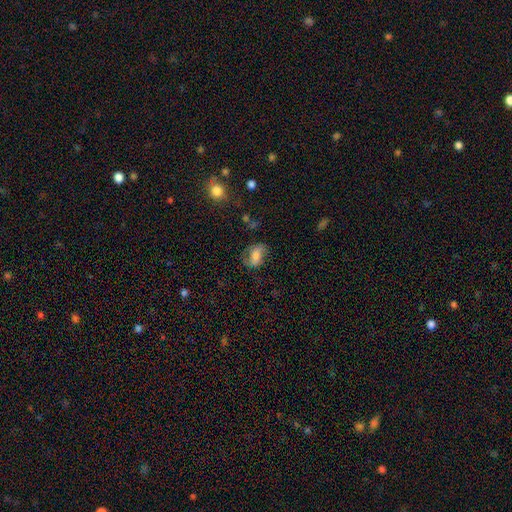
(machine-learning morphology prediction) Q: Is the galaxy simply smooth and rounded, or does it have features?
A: smooth — 50%.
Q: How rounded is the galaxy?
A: in between — 78%.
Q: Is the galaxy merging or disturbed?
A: none — 60%.